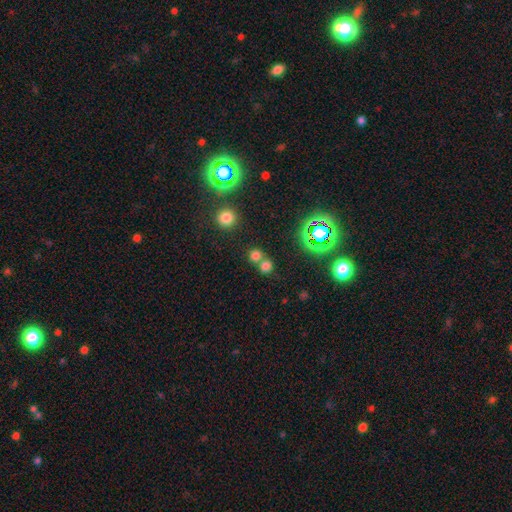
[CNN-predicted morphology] smooth 68%, star or artifact 25%, featured or disk 7%. Down the decision tree: how rounded — round (82%); merging — none (51%).